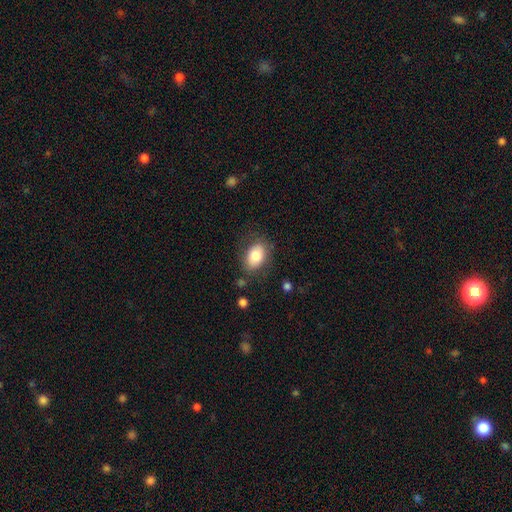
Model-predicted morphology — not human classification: Q: Smooth or featured?
A: smooth (80%); runner-up: featured or disk (13%)
Q: How rounded?
A: in between (83%); runner-up: round (16%)
Q: Merging?
A: none (78%); runner-up: minor disturbance (15%)